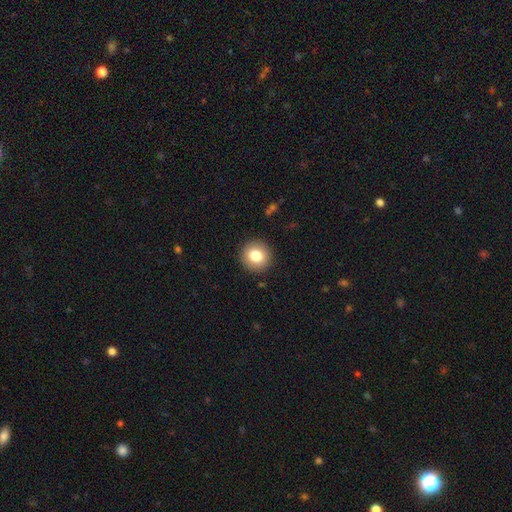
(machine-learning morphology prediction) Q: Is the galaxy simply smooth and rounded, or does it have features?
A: smooth — 81%.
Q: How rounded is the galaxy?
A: round — 90%.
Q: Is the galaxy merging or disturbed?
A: none — 92%.